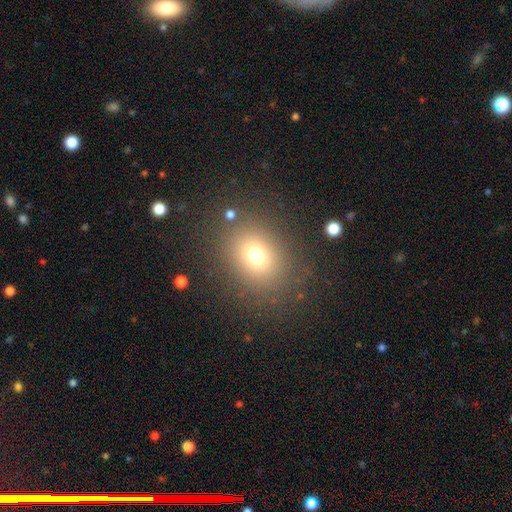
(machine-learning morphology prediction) A smooth galaxy with no disk features (71%) that is round (54%).

Vote fractions:
- Smooth or featured? smooth: 71% / star or artifact: 17% / featured or disk: 12%
- How rounded? round: 54% / in between: 45% / cigar-shaped: 1%
- Merging? none: 83% / minor disturbance: 9% / major disturbance: 6% / merger: 2%